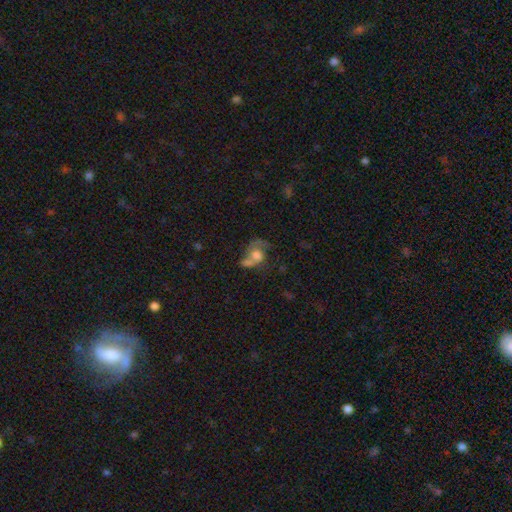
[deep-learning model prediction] smooth-or-featured: smooth: 47% | featured or disk: 41% | star or artifact: 13%
  merging: merger: 36% | none: 25% | major disturbance: 24% | minor disturbance: 15%